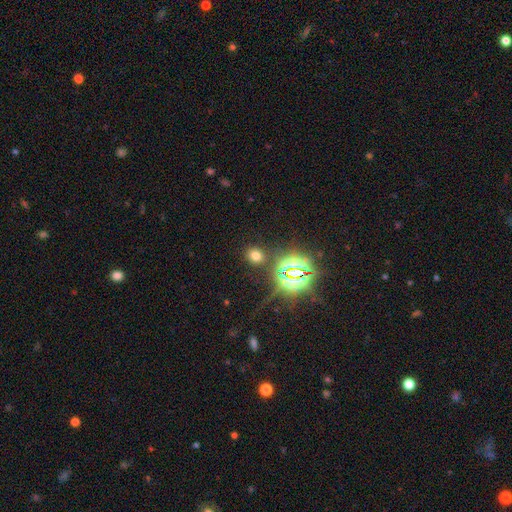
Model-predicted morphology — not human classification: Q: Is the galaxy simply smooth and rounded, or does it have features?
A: smooth — 59%.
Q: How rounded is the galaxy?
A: round — 66%.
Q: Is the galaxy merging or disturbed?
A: none — 86%.